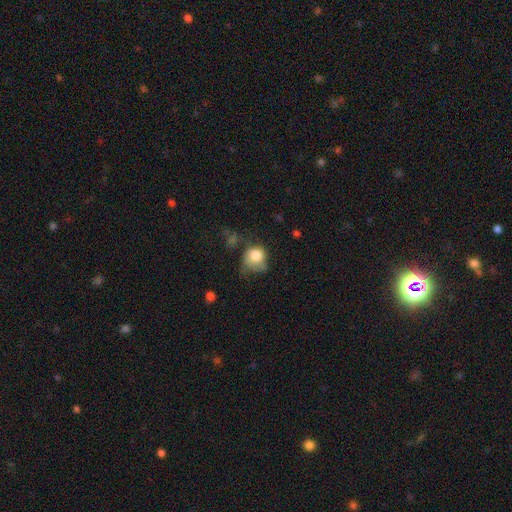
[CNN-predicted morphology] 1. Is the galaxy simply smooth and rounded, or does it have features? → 76% smooth, 14% featured or disk, 10% star or artifact.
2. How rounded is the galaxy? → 68% round, 31% in between, 1% cigar-shaped.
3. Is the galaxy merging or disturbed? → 34% none, 33% minor disturbance, 26% major disturbance, 7% merger.